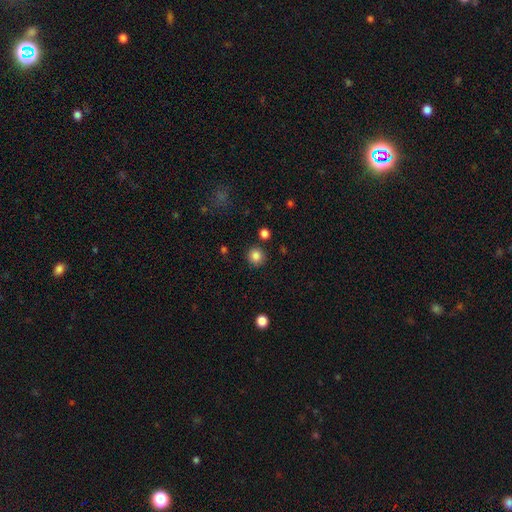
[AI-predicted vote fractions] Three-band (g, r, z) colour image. It shows a smooth galaxy with no disk features (85%) that is round (92%). Merging: none (87%).